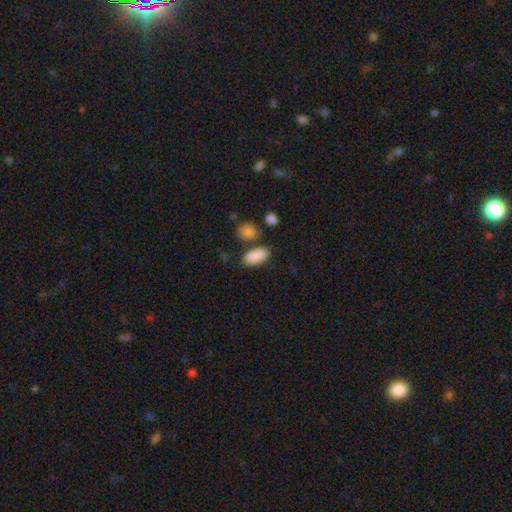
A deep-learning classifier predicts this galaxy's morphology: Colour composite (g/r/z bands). It shows a smooth galaxy with no disk features (89%) that is in between round and cigar-shaped (93%). Merging: none (71%).